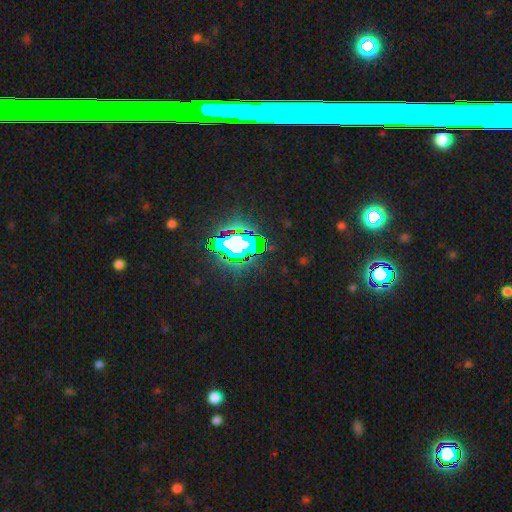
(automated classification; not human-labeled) The model was most divided on "smooth or featured": star or artifact: 77%, smooth: 11%, featured or disk: 11%.